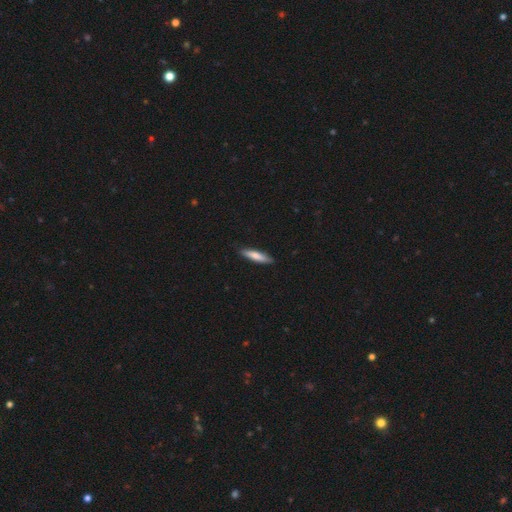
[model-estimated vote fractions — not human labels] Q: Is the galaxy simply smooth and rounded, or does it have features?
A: smooth — 75%.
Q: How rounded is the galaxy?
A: cigar-shaped — 82%.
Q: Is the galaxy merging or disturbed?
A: none — 88%.